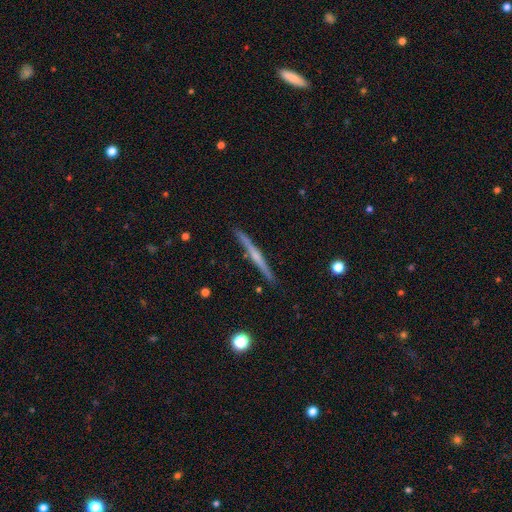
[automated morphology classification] Smooth or featured: featured or disk — 68% (smooth — 26%)
Edge-on disk: yes — 98% (no — 2%)
Edge-on bulge: rounded — 51% (none — 41%)
Merging: none — 90% (minor disturbance — 7%)